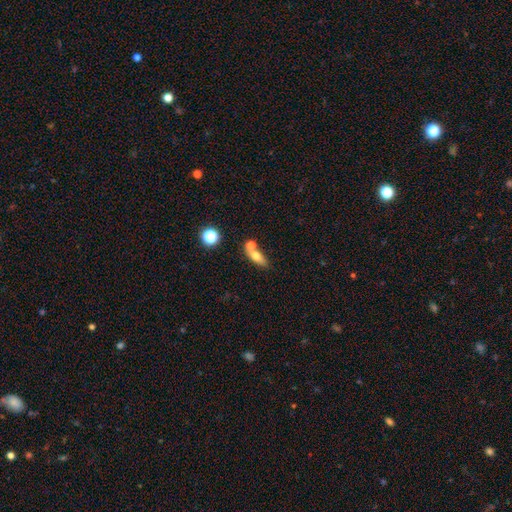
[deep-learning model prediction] Smooth or featured?
  - smooth: 69% *
  - featured or disk: 21%
  - star or artifact: 10%
How rounded?
  - in between: 65% *
  - cigar-shaped: 20%
  - round: 15%
Merging?
  - none: 45% *
  - merger: 39%
  - minor disturbance: 11%
  - major disturbance: 5%